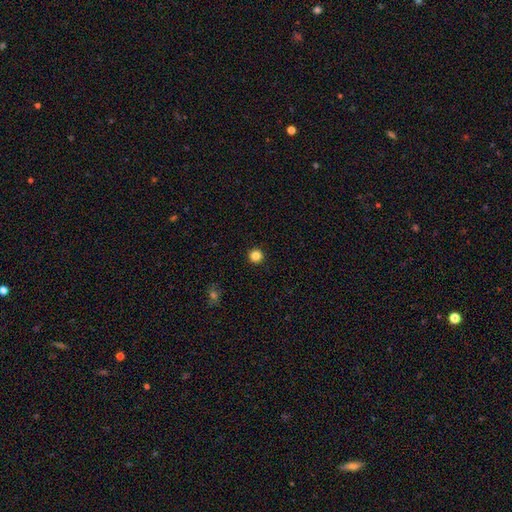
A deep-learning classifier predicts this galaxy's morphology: Smooth or featured?
  - smooth: 84% *
  - star or artifact: 12%
  - featured or disk: 4%
How rounded?
  - round: 96% *
  - in between: 3%
  - cigar-shaped: 1%
Merging?
  - none: 94% *
  - minor disturbance: 4%
  - major disturbance: 1%
  - merger: 1%